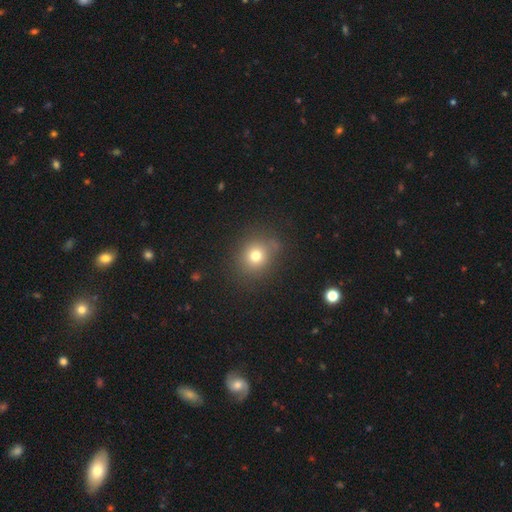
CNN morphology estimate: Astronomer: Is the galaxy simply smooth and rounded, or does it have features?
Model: smooth — 73%.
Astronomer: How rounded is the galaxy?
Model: round — 78%.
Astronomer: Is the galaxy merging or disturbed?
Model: none — 78%.